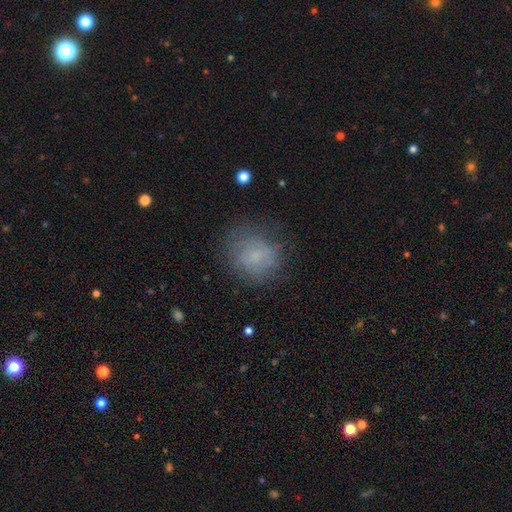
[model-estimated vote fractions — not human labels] A smooth galaxy with no disk features (65%) that is round (75%). Merging: none (67%).